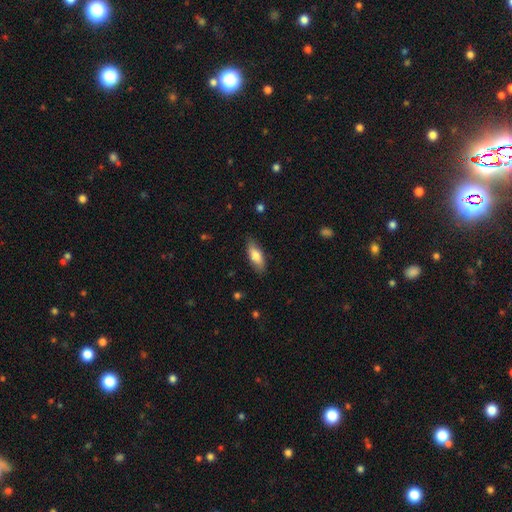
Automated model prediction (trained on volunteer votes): This appears to be a smooth galaxy with no disk features (77%) that is in between round and cigar-shaped (71%). Merging: none (83%).